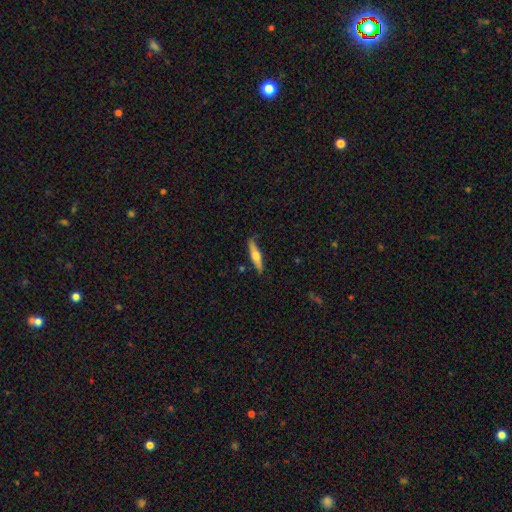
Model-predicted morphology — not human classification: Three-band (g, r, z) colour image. It shows a featured or disk galaxy (52%) viewed edge-on (91%). Merging: none (78%).